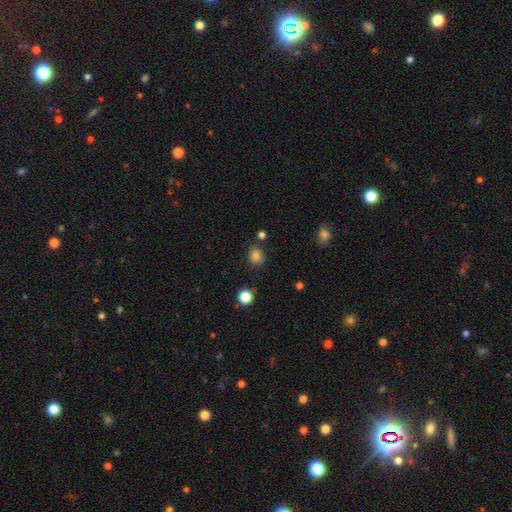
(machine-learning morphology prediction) A smooth galaxy with no disk features (83%) that is round (70%). Merging: none (81%).